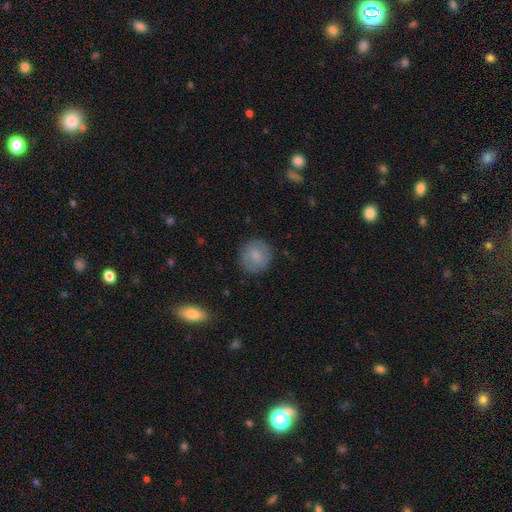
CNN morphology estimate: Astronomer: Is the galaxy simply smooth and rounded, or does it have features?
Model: smooth — 80%.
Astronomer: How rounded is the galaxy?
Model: round — 91%.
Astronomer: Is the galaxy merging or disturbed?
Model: none — 86%.